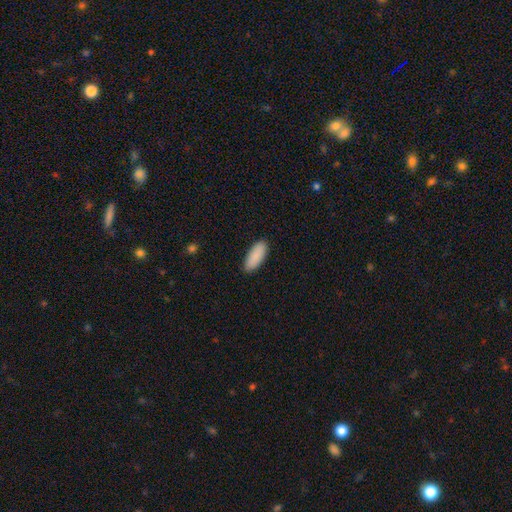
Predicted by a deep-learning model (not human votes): Overall: smooth (91%). How rounded: in between (80%). Merging: none (89%).